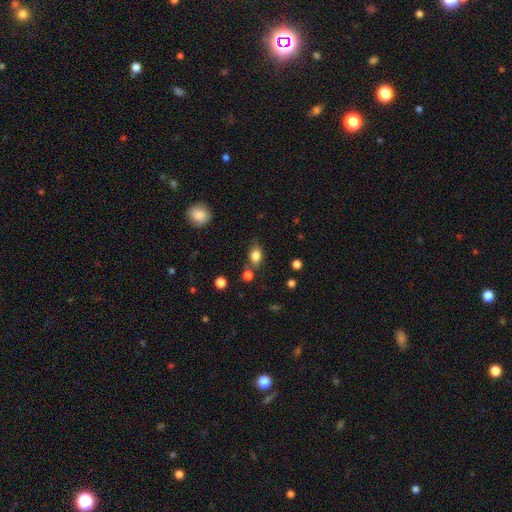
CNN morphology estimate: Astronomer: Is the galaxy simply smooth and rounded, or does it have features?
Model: smooth — 82%.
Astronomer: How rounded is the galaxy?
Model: in between — 74%.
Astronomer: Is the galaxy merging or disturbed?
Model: none — 67%.